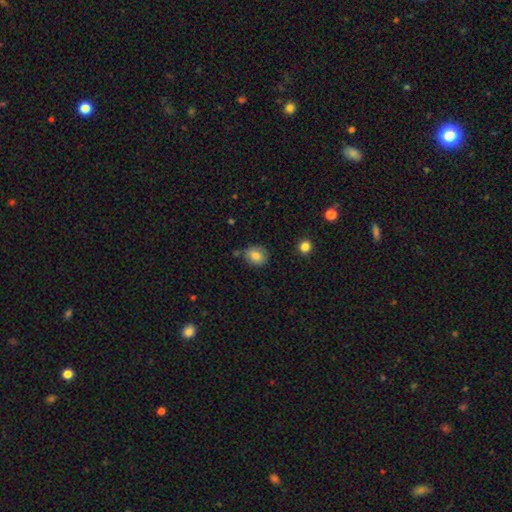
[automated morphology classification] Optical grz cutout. It shows a smooth galaxy with no disk features (83%) that is round (70%). Merging: none (74%).